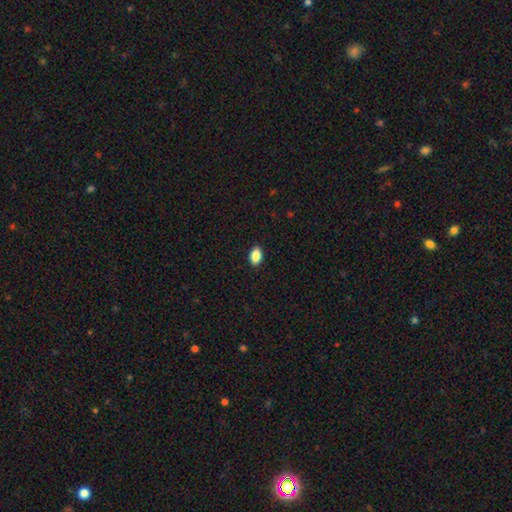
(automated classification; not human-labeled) Smooth or featured: smooth — 88% (star or artifact — 8%)
How rounded: in between — 90% (round — 8%)
Merging: none — 90% (minor disturbance — 7%)